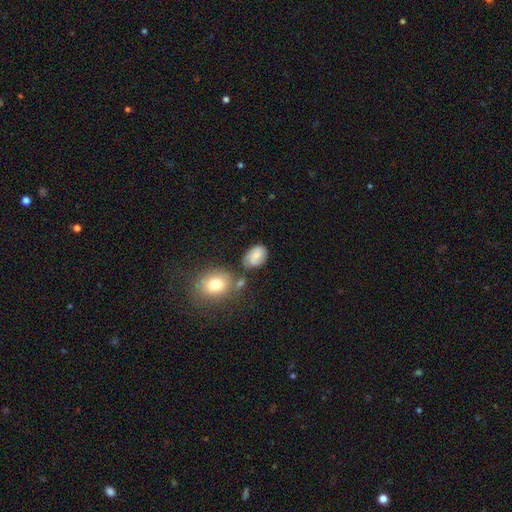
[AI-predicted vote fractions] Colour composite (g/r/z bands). It shows a smooth galaxy with no disk features (63%) that is in between round and cigar-shaped (79%). Merging: none (61%).